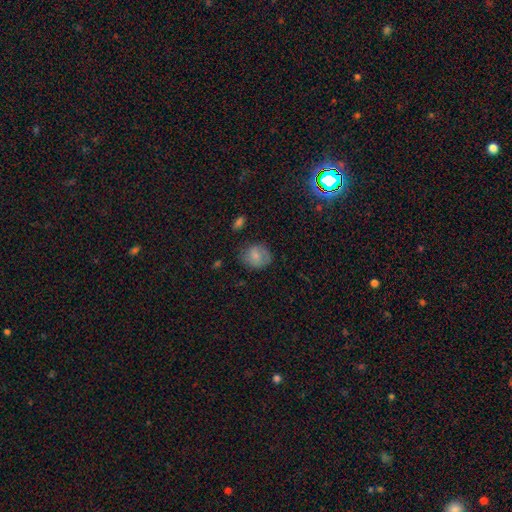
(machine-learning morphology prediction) This appears to be a smooth galaxy with no disk features (76%) that is round (65%). Merging: none (65%).